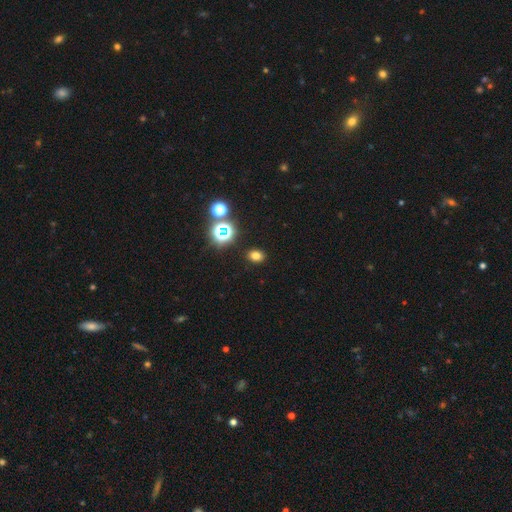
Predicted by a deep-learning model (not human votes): Smooth or featured?
  - smooth: 73% *
  - star or artifact: 21%
  - featured or disk: 7%
How rounded?
  - in between: 61% *
  - round: 38%
  - cigar-shaped: 1%
Merging?
  - none: 88% *
  - minor disturbance: 7%
  - major disturbance: 2%
  - merger: 2%